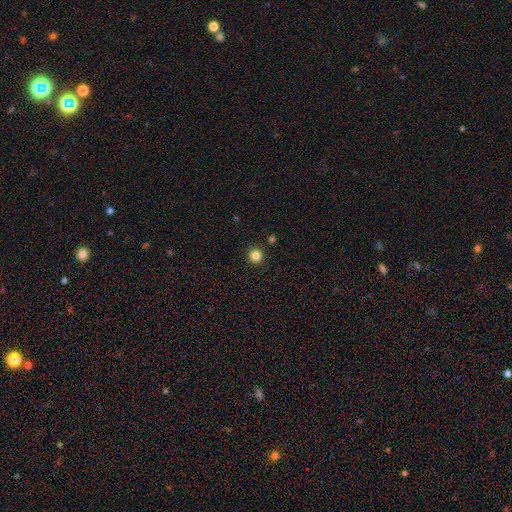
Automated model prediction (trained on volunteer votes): Overall: smooth (83%). How rounded: round (95%). Merging: none (92%).